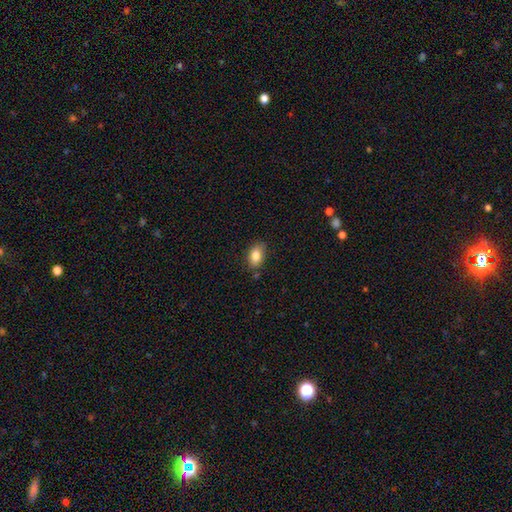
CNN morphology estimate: A smooth galaxy with no disk features (84%) that is in between round and cigar-shaped (85%).

Vote fractions:
- Smooth or featured? smooth: 84% / star or artifact: 8% / featured or disk: 8%
- How rounded? in between: 85% / round: 13% / cigar-shaped: 2%
- Merging? none: 79% / minor disturbance: 15% / merger: 3% / major disturbance: 3%